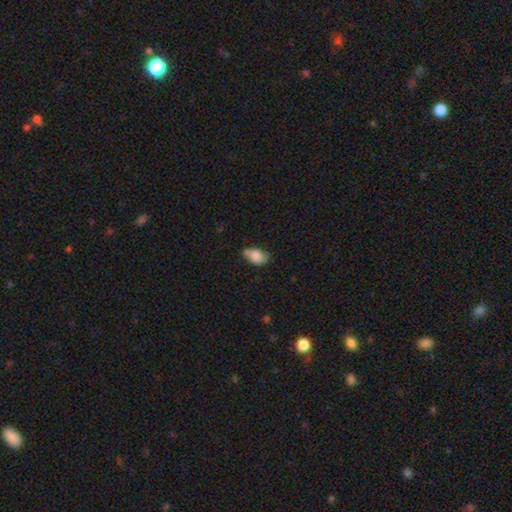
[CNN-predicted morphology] smooth_or_featured: smooth (p=0.80) [alt: featured or disk p=0.12]
how_rounded: in between (p=0.85) [alt: round p=0.14]
merging: none (p=0.48) [alt: minor disturbance p=0.33]